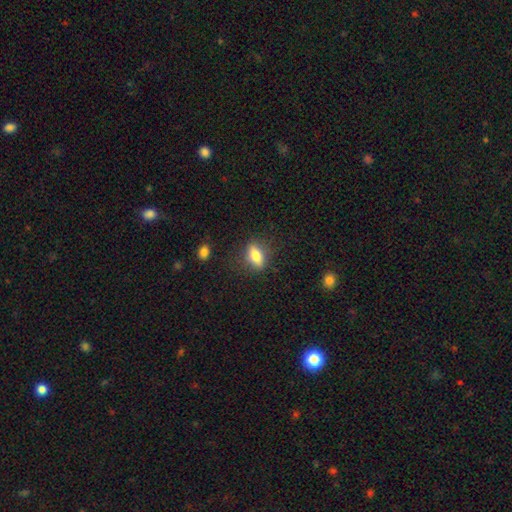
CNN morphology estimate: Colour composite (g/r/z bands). It shows a smooth galaxy with no disk features (70%) that is in between round and cigar-shaped (68%). Merging: none (80%).